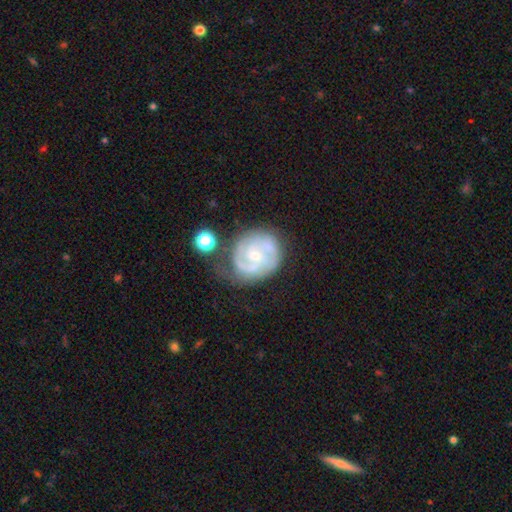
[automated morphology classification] featured or disk 82%, smooth 12%, star or artifact 6%. Down the decision tree: edge-on disk — no (98%); bar — no (63%); spiral arms — yes (94%); spiral arm count — 2 (47%); spiral winding — tight (57%); bulge size — small (62%); merging — none (60%).